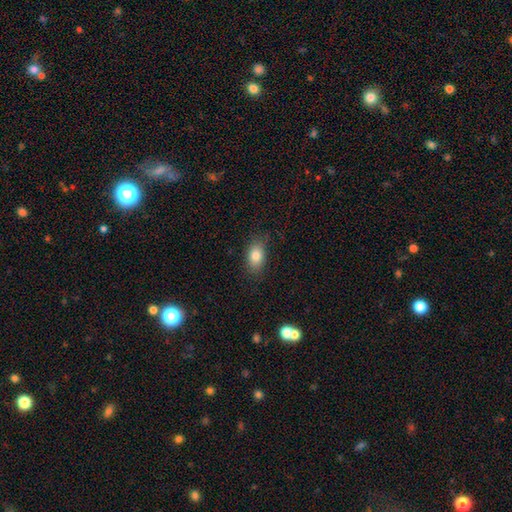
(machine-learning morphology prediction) Smooth or featured: smooth — 82% (featured or disk — 9%)
How rounded: in between — 84% (round — 14%)
Merging: none — 80% (minor disturbance — 15%)